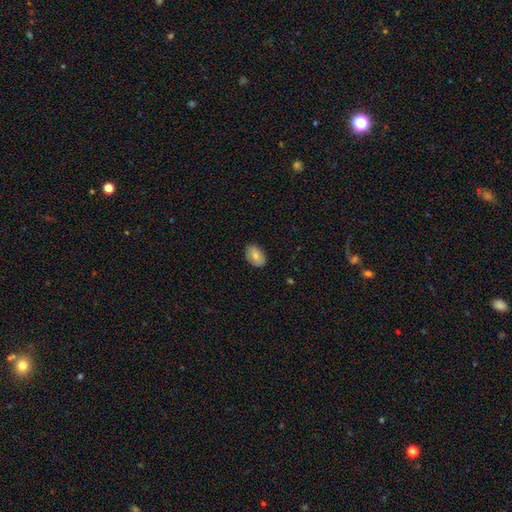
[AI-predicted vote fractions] smooth 77%, featured or disk 16%, star or artifact 7%. Down the decision tree: how rounded — in between (87%); merging — none (86%).